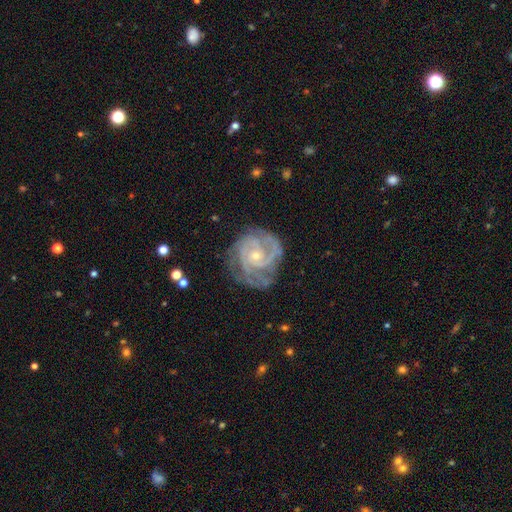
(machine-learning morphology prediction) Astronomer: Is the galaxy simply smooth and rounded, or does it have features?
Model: featured or disk — 89%.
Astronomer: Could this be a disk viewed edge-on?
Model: no — 98%.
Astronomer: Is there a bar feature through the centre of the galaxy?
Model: no — 69%.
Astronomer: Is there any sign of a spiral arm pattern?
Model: yes — 98%.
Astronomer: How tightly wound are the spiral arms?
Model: tight — 71%.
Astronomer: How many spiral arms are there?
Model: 3 — 34% (runner-up: 2, 31%).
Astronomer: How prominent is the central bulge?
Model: small — 70%.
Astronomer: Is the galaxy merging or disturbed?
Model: none — 72%.